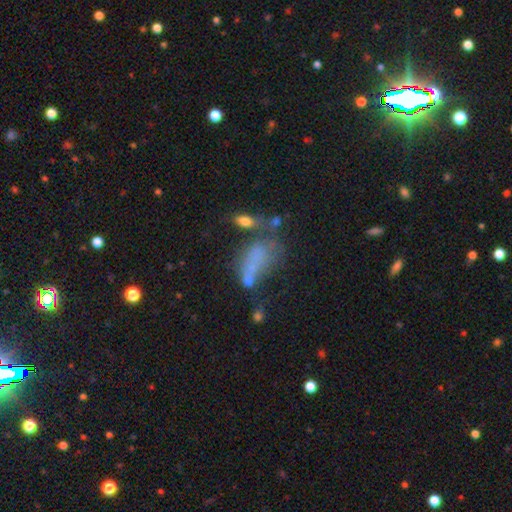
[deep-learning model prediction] Q: Smooth or featured?
A: smooth (47%); runner-up: star or artifact (28%)
Q: Merging?
A: none (30%); runner-up: major disturbance (28%)